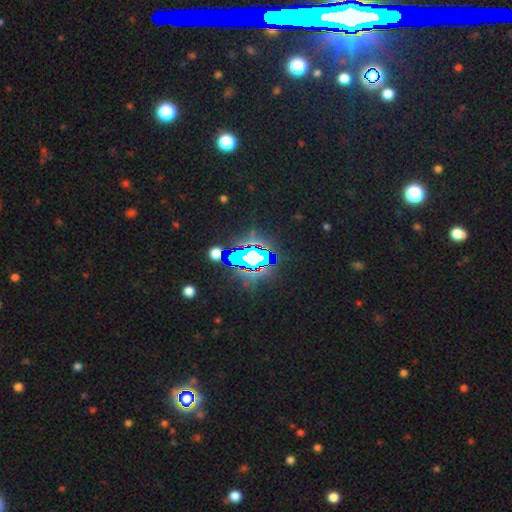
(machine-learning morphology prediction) type=star or artifact (72%).